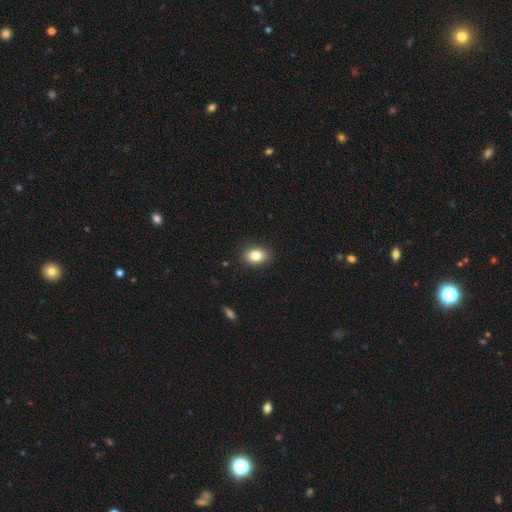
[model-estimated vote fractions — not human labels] Morphology: type=smooth (83%); roundness=in between (66%); merging=none (89%).